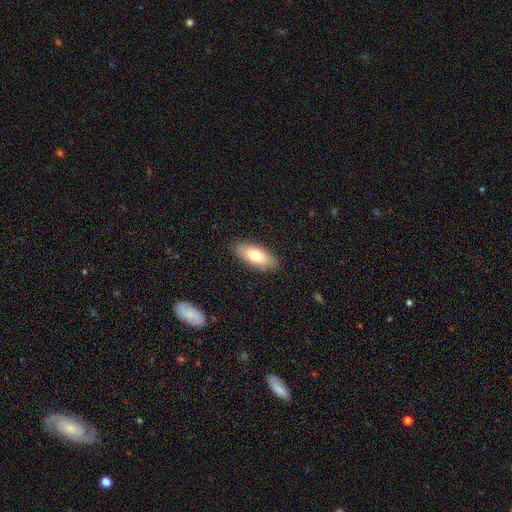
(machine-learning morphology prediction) type=smooth (74%); roundness=in between (82%); merging=none (88%).